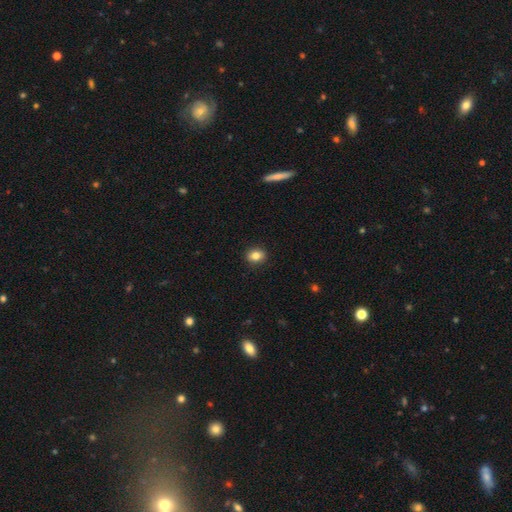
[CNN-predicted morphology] A smooth galaxy with no disk features (83%) that is round (54%).

Vote fractions:
- Smooth or featured? smooth: 83% / star or artifact: 10% / featured or disk: 7%
- How rounded? round: 54% / in between: 45% / cigar-shaped: 1%
- Merging? none: 90% / minor disturbance: 7% / major disturbance: 2% / merger: 1%